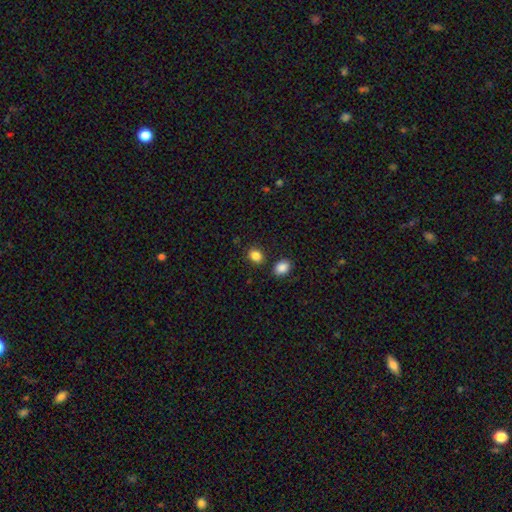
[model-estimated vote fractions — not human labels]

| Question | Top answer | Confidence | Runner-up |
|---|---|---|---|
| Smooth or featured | smooth | 86% | star or artifact (10%) |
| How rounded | round | 54% | in between (45%) |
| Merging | none | 81% | minor disturbance (9%) |